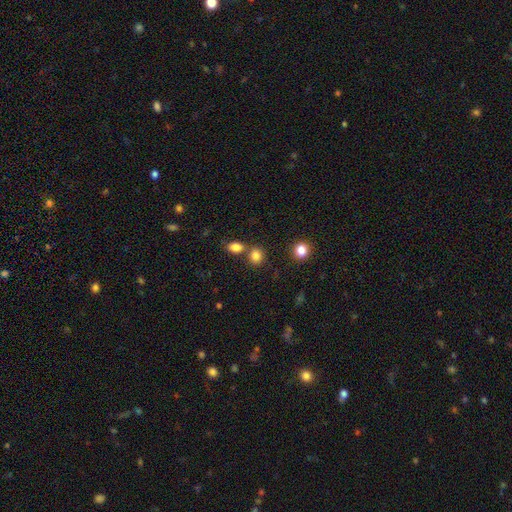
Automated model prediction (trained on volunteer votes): smooth 83%, star or artifact 11%, featured or disk 5%. Down the decision tree: how rounded — round (65%); merging — none (64%).